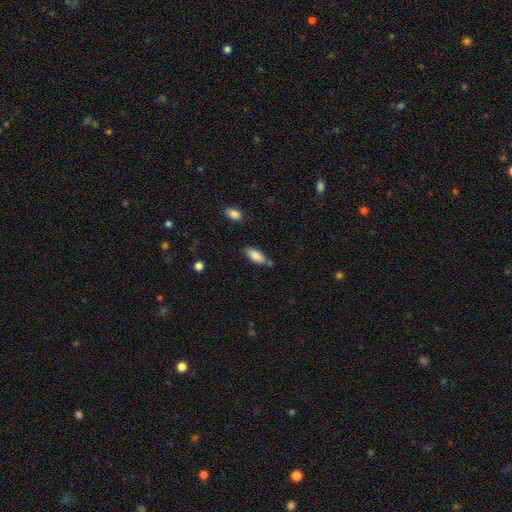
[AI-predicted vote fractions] A smooth galaxy with no disk features (84%) that is in between round and cigar-shaped (85%).

Vote fractions:
- Smooth or featured? smooth: 84% / featured or disk: 9% / star or artifact: 7%
- How rounded? in between: 85% / cigar-shaped: 13% / round: 2%
- Merging? none: 66% / minor disturbance: 19% / merger: 10% / major disturbance: 4%